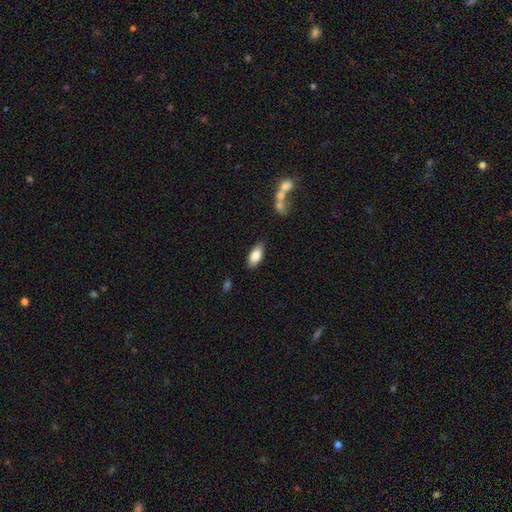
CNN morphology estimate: type=smooth (81%); roundness=in between (87%); merging=none (83%).